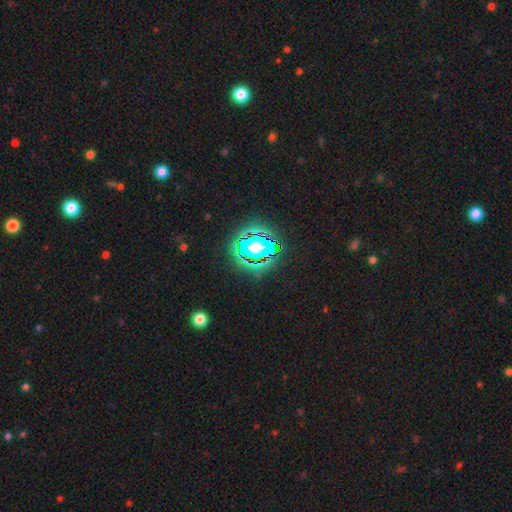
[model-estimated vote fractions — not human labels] A star or artifact, not a galaxy (78%).